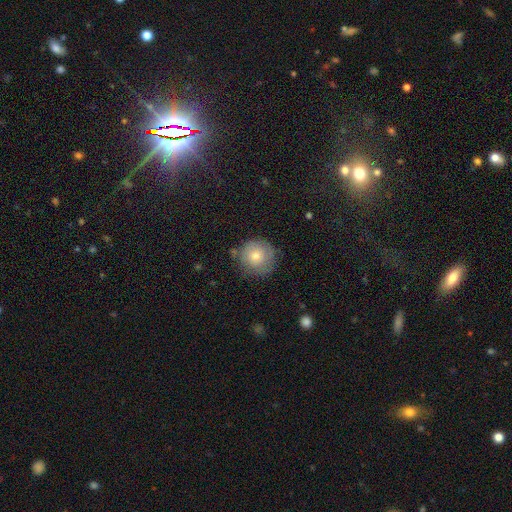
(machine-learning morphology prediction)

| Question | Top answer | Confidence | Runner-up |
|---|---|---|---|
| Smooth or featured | smooth | 69% | featured or disk (20%) |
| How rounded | round | 94% | in between (5%) |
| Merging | none | 75% | minor disturbance (18%) |